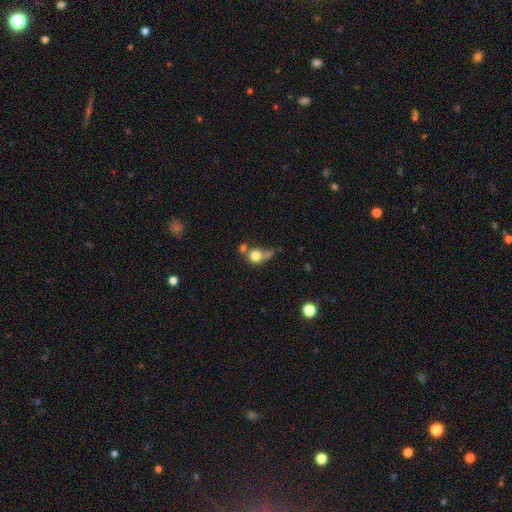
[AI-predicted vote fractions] smooth-or-featured: smooth: 74% | featured or disk: 16% | star or artifact: 10%
  how-rounded: round: 76% | in between: 22% | cigar-shaped: 2%
  merging: merger: 34% | none: 31% | minor disturbance: 18% | major disturbance: 17%